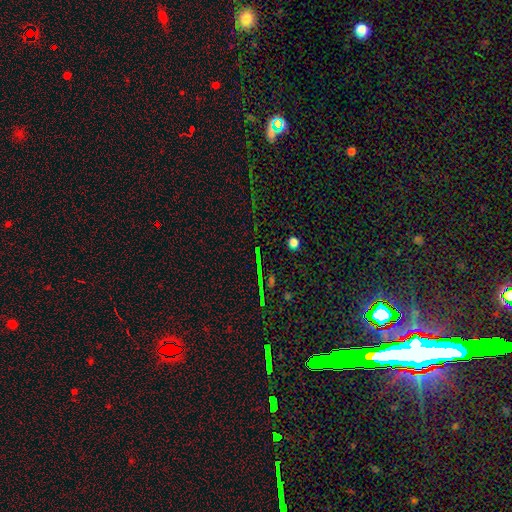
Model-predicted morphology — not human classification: Q: Smooth or featured?
A: star or artifact (73%); runner-up: featured or disk (13%)